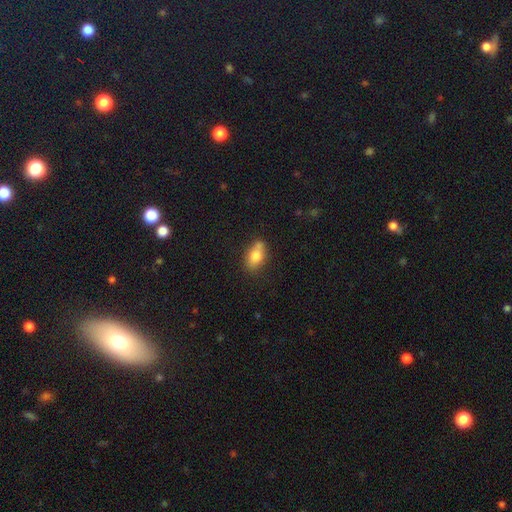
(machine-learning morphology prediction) smooth 78%, featured or disk 14%, star or artifact 8%. Down the decision tree: how rounded — in between (83%); merging — none (59%).